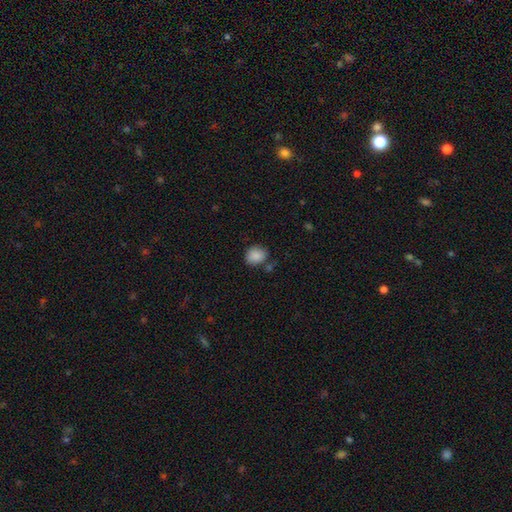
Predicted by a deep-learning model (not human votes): Q: Smooth or featured?
A: smooth (88%); runner-up: star or artifact (8%)
Q: How rounded?
A: round (62%); runner-up: in between (37%)
Q: Merging?
A: none (73%); runner-up: minor disturbance (16%)